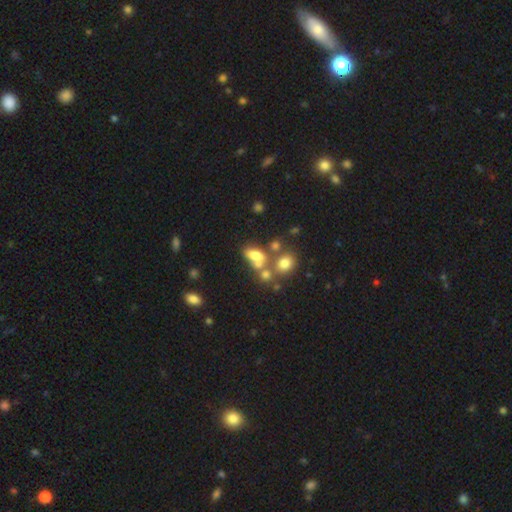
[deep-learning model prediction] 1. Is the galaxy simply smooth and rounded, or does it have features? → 64% smooth, 19% featured or disk, 16% star or artifact.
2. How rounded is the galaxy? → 76% in between, 18% round, 6% cigar-shaped.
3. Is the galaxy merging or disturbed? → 41% merger, 36% none, 14% minor disturbance, 10% major disturbance.